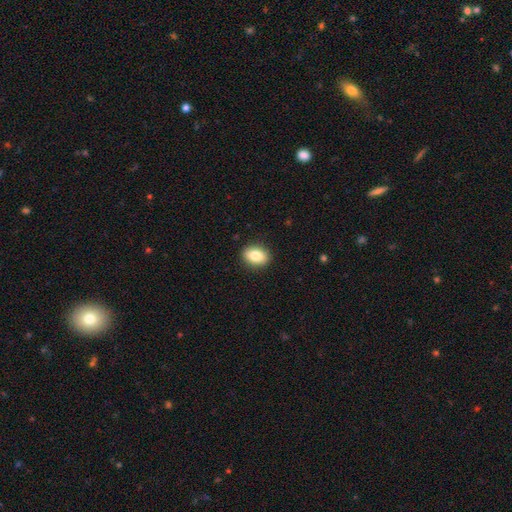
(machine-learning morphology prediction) Smooth or featured?
  - smooth: 84% *
  - featured or disk: 8%
  - star or artifact: 8%
How rounded?
  - in between: 71% *
  - round: 28%
  - cigar-shaped: 1%
Merging?
  - none: 90% *
  - minor disturbance: 7%
  - major disturbance: 2%
  - merger: 1%